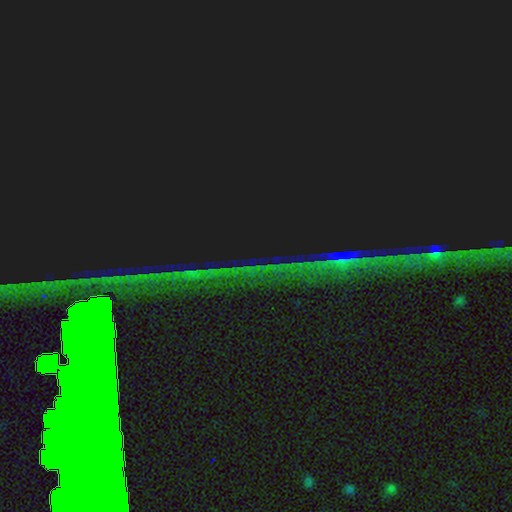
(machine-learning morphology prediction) Smooth or featured? Predicted: star or artifact (p=0.87).